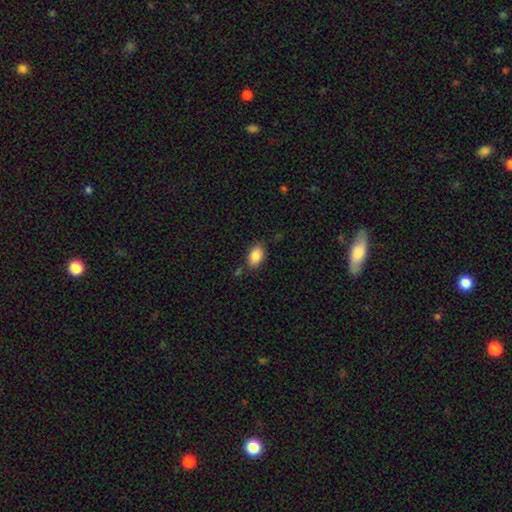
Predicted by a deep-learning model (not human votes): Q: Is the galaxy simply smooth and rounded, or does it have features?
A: smooth — 88%.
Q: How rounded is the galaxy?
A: in between — 90%.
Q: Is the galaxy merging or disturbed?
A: none — 78%.